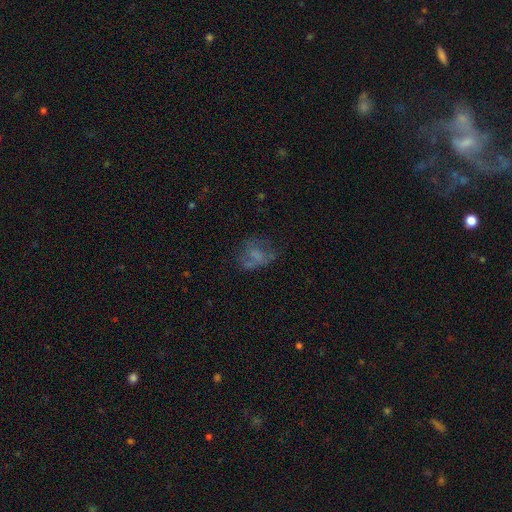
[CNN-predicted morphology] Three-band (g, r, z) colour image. It shows a featured or disk galaxy (42%). Merging: none (45%).